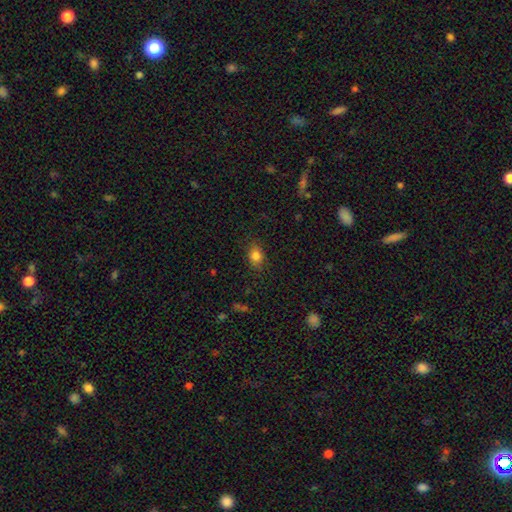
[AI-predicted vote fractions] smooth 83%, star or artifact 11%, featured or disk 6%. Down the decision tree: how rounded — in between (66%); merging — none (82%).